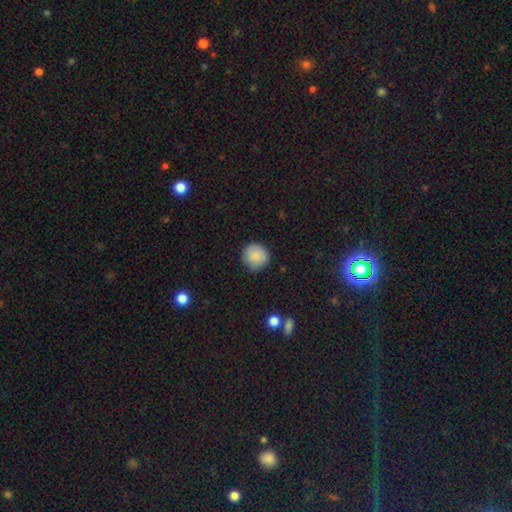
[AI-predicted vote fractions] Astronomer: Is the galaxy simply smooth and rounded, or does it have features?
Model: smooth — 86%.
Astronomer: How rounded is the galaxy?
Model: round — 94%.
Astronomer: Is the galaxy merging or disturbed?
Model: none — 86%.